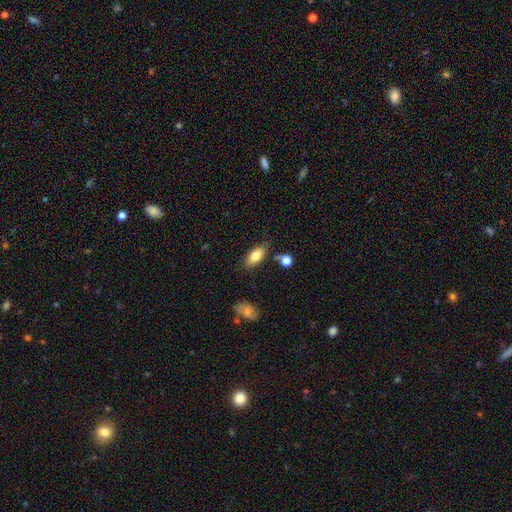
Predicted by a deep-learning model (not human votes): Smooth or featured? smooth (79%)
How rounded? in between (85%)
Merging? none (71%)